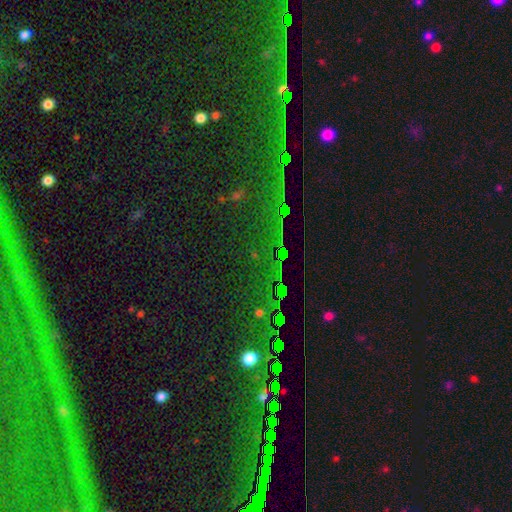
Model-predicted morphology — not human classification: Smooth or featured: star or artifact — 75% (smooth — 17%)